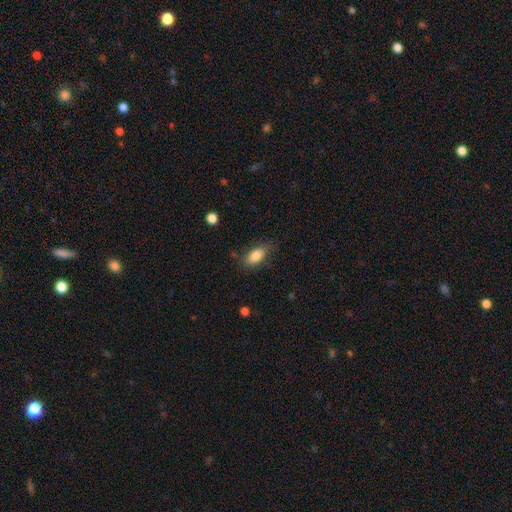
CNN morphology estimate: Smooth or featured: smooth — 83% (featured or disk — 10%)
How rounded: in between — 85% (cigar-shaped — 11%)
Merging: none — 75% (minor disturbance — 18%)